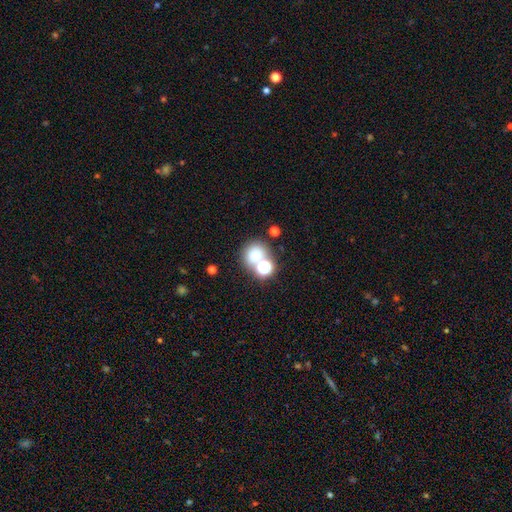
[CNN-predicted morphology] Smooth or featured? smooth (70%)
How rounded? round (73%)
Merging? none (50%)